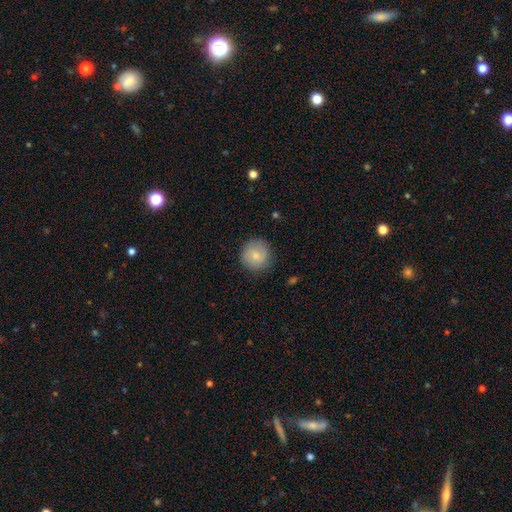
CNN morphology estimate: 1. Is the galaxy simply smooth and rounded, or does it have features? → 78% smooth, 15% featured or disk, 7% star or artifact.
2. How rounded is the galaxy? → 93% round, 6% in between, 1% cigar-shaped.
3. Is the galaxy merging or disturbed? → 85% none, 11% minor disturbance, 3% major disturbance, 1% merger.